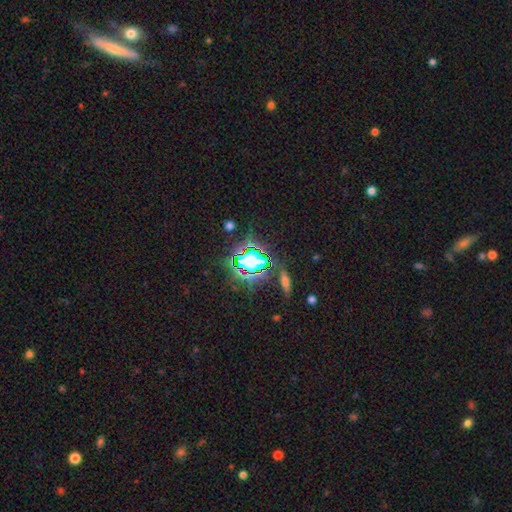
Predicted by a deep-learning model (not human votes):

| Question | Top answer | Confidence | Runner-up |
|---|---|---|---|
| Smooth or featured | star or artifact | 67% | smooth (21%) |